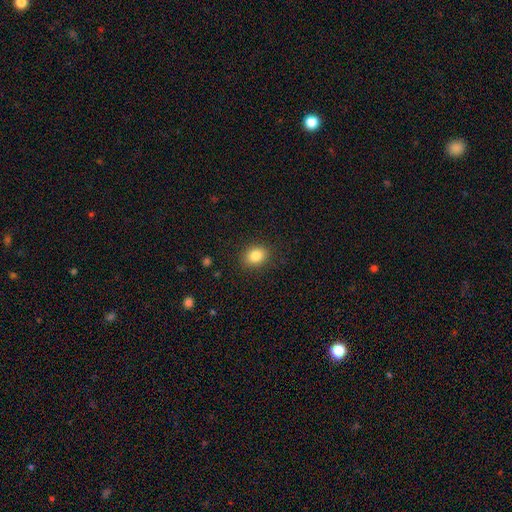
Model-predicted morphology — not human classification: A smooth galaxy with no disk features (84%) that is in between round and cigar-shaped (61%).

Vote fractions:
- Smooth or featured? smooth: 84% / star or artifact: 10% / featured or disk: 6%
- How rounded? in between: 61% / round: 38% / cigar-shaped: 1%
- Merging? none: 87% / minor disturbance: 9% / major disturbance: 3% / merger: 1%